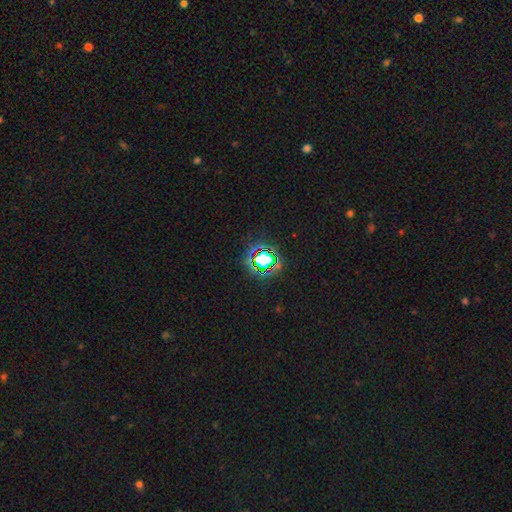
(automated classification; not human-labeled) A star or artifact, not a galaxy (68%).